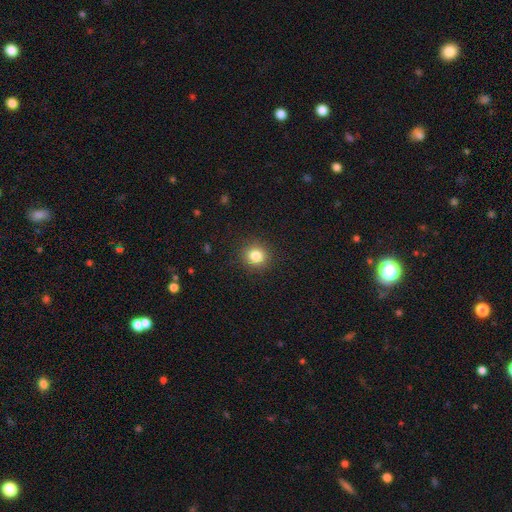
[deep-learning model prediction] Smooth or featured: smooth — 82% (star or artifact — 12%)
How rounded: round — 90% (in between — 9%)
Merging: none — 91% (minor disturbance — 6%)